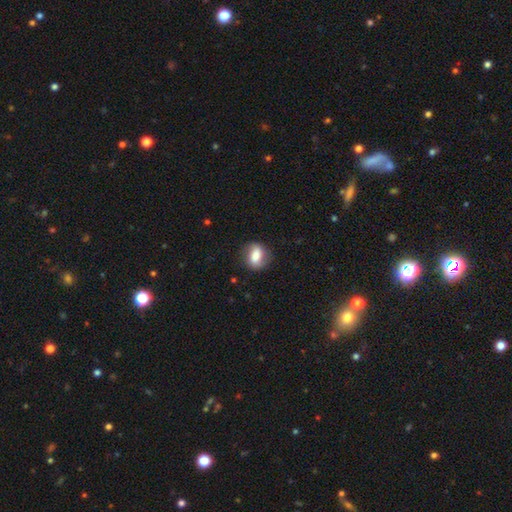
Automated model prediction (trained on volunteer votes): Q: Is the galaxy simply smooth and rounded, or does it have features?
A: smooth — 70%.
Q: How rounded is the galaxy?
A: in between — 61%.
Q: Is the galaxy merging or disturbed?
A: none — 78%.